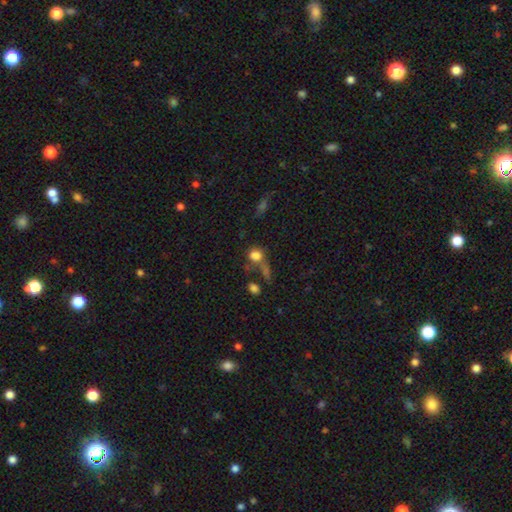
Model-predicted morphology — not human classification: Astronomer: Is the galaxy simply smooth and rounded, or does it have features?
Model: smooth — 77%.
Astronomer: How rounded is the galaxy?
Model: round — 62%.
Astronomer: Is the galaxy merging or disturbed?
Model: none — 41% (runner-up: merger, 29%).